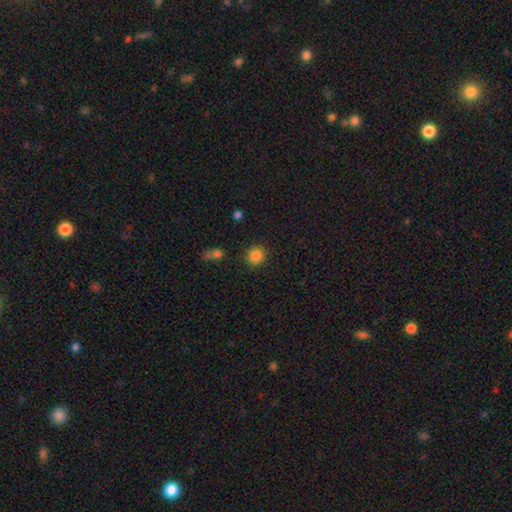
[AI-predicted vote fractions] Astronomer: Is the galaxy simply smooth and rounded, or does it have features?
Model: smooth — 85%.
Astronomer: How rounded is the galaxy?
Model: round — 88%.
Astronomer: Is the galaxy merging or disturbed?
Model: none — 88%.